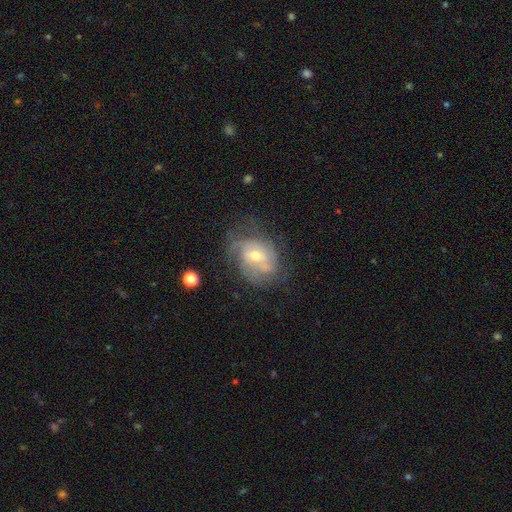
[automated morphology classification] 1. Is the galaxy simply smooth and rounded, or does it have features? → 75% featured or disk, 17% smooth, 8% star or artifact.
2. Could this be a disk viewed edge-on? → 97% no, 3% yes.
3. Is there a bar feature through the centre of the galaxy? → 45% no (tied), 45% weak (tied), 10% strong.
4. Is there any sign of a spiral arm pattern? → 85% yes, 15% no.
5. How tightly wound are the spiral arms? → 46% tight, 38% medium, 16% loose.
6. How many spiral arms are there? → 42% can't tell, 22% 2, 20% 3, 7% 4, 5% 1, 4% more than 4.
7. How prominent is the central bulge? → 53% moderate, 42% small, 3% large, 1% none, 1% dominant.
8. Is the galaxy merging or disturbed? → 55% none, 24% minor disturbance, 17% major disturbance, 3% merger.